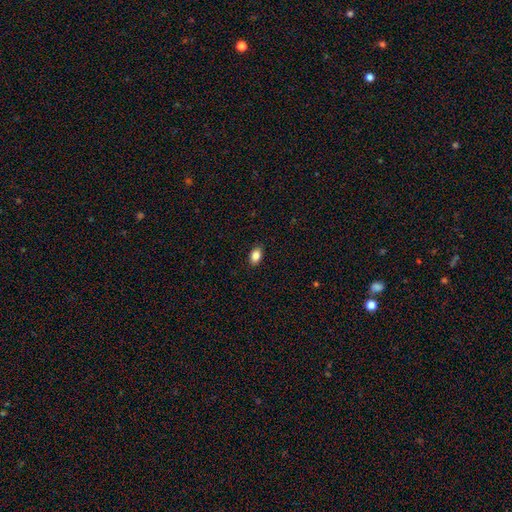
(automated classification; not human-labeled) Smooth or featured? smooth (86%)
How rounded? in between (86%)
Merging? none (89%)